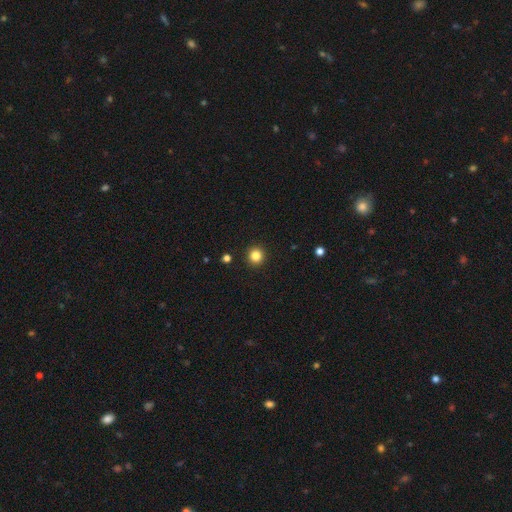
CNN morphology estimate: Smooth or featured: smooth — 84% (star or artifact — 12%)
How rounded: round — 95% (in between — 4%)
Merging: none — 93% (minor disturbance — 4%)